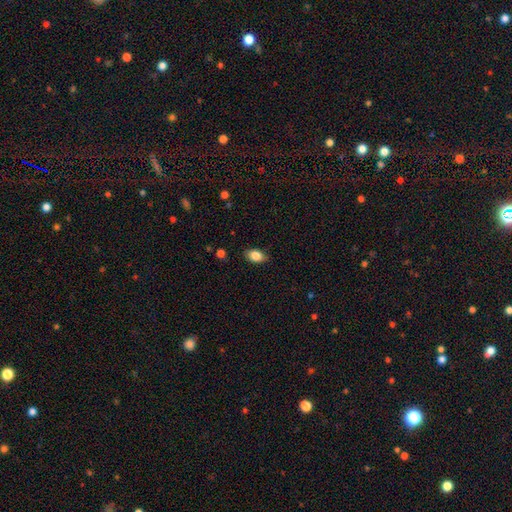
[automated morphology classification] Smooth or featured: smooth — 84% (star or artifact — 8%)
How rounded: in between — 87% (round — 11%)
Merging: none — 85% (minor disturbance — 11%)